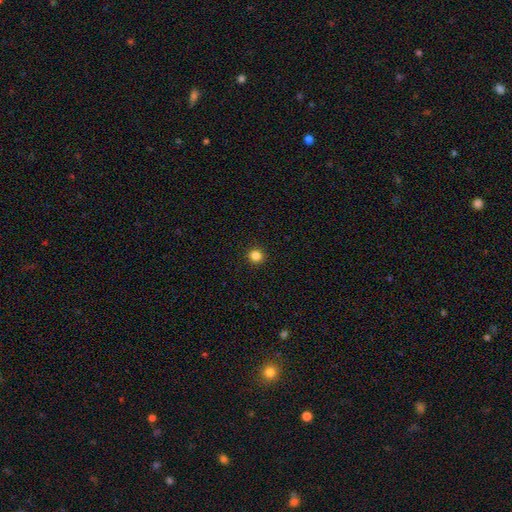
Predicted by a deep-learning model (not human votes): The model was most divided on "smooth or featured": smooth: 84%, star or artifact: 13%, featured or disk: 4%. More confident: how rounded — round (94%); merging — none (93%).